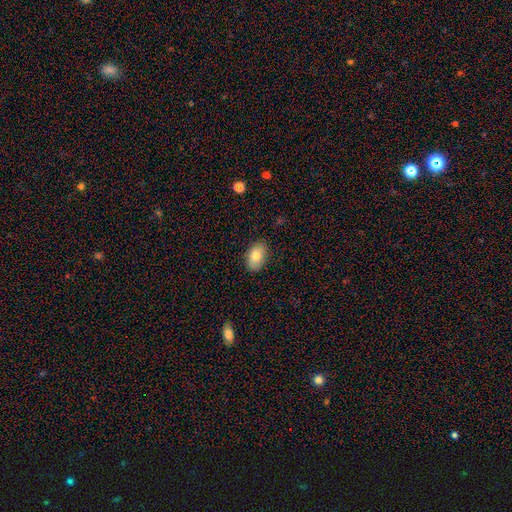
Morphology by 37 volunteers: Overall: smooth (78%). How rounded: in between (97%). Merging: none (83%).